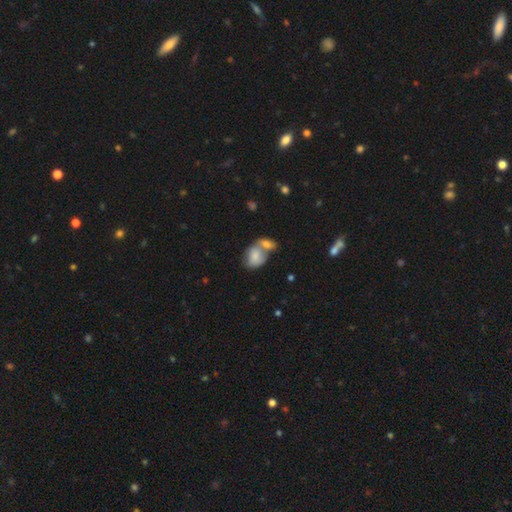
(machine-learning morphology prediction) smooth_or_featured: smooth (p=0.76) [alt: featured or disk p=0.17]
how_rounded: in between (p=0.76) [alt: round p=0.22]
merging: merger (p=0.61) [alt: none p=0.23]